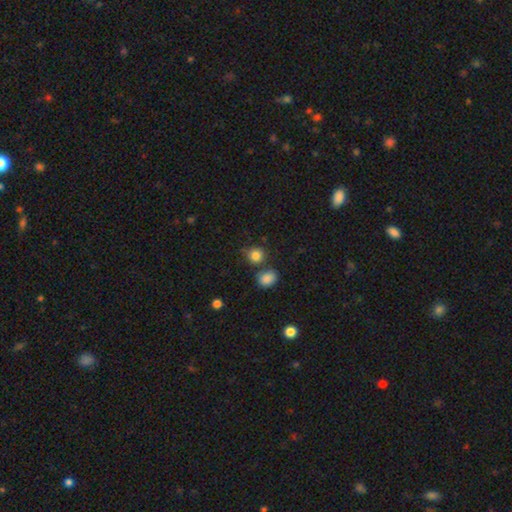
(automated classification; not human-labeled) Q: Smooth or featured?
A: smooth (83%); runner-up: star or artifact (11%)
Q: How rounded?
A: round (85%); runner-up: in between (14%)
Q: Merging?
A: none (68%); runner-up: merger (17%)